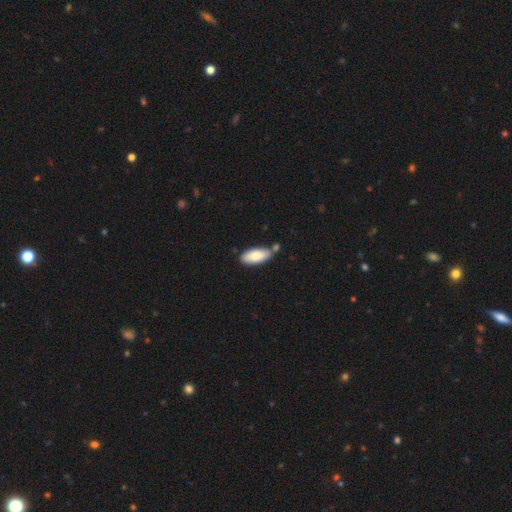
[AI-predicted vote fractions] A smooth galaxy with no disk features (84%) that is in between round and cigar-shaped (83%). Merging: none (64%).